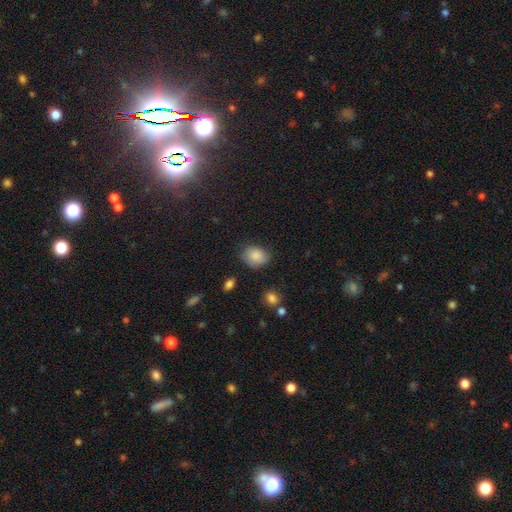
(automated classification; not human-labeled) smooth-or-featured: smooth: 86% | star or artifact: 8% | featured or disk: 6%
  how-rounded: in between: 63% | round: 36% | cigar-shaped: 1%
  merging: none: 72% | minor disturbance: 21% | major disturbance: 5% | merger: 2%